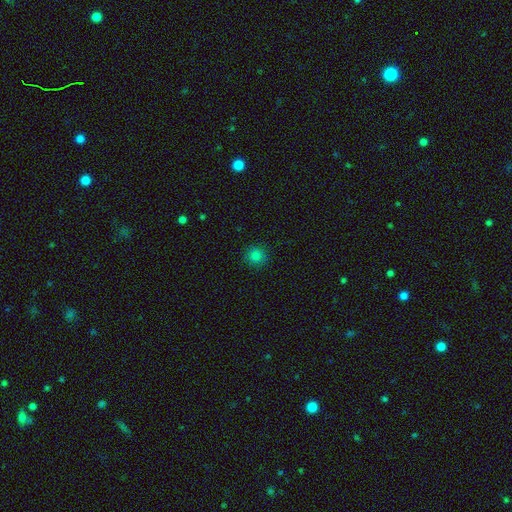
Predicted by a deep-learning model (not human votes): A smooth galaxy with no disk features (82%) that is round (93%). Merging: none (91%).